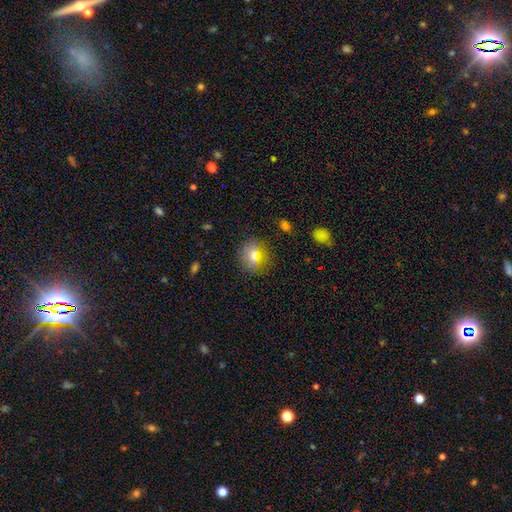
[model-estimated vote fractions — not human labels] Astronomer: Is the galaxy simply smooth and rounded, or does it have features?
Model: smooth — 68%.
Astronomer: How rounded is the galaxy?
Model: round — 68%.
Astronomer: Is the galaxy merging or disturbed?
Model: none — 85%.